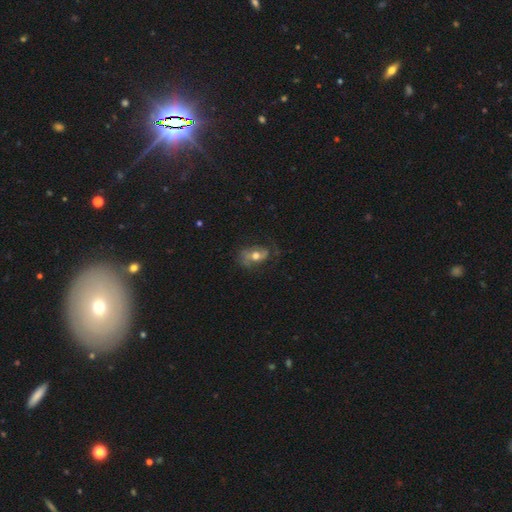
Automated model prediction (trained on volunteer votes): Q: Smooth or featured?
A: featured or disk (55%); runner-up: smooth (36%)
Q: Edge-on disk?
A: no (93%); runner-up: yes (7%)
Q: Bar?
A: no (63%); runner-up: weak (26%)
Q: Spiral arms?
A: yes (69%); runner-up: no (31%)
Q: Bulge size?
A: moderate (71%); runner-up: large (18%)
Q: Merging?
A: none (55%); runner-up: minor disturbance (25%)